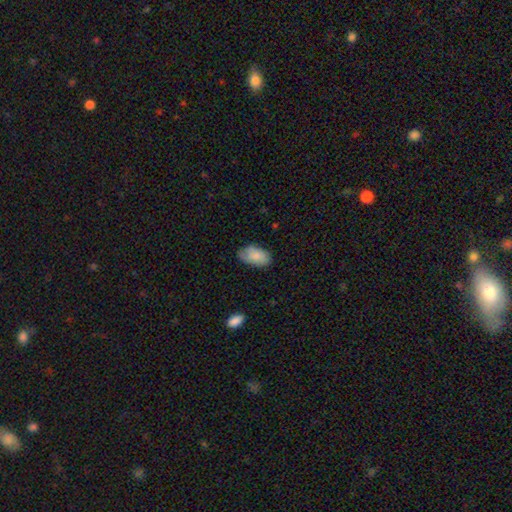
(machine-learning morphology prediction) A smooth galaxy with no disk features (83%) that is in between round and cigar-shaped (94%).

Vote fractions:
- Smooth or featured? smooth: 83% / featured or disk: 11% / star or artifact: 6%
- How rounded? in between: 94% / round: 4% / cigar-shaped: 2%
- Merging? none: 68% / minor disturbance: 26% / major disturbance: 5% / merger: 2%